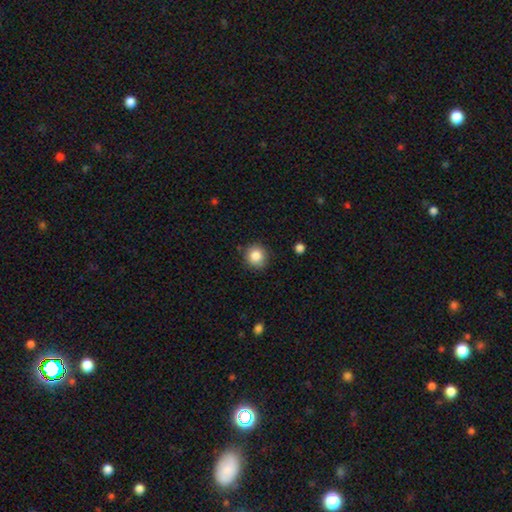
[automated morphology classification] smooth_or_featured: smooth (p=0.85) [alt: star or artifact p=0.10]
how_rounded: round (p=0.91) [alt: in between p=0.08]
merging: none (p=0.86) [alt: minor disturbance p=0.09]